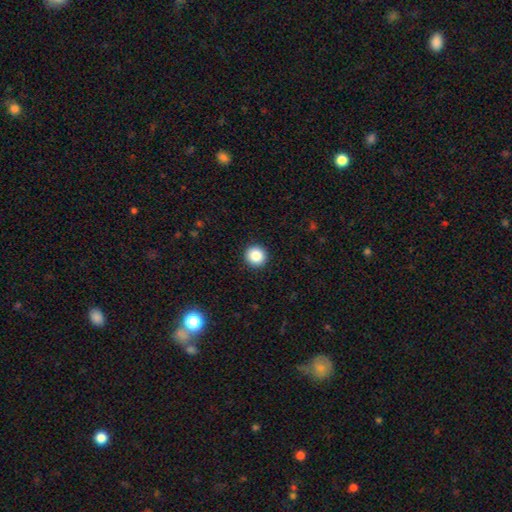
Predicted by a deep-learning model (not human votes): A smooth galaxy with no disk features (86%) that is round (94%). Merging: none (93%).